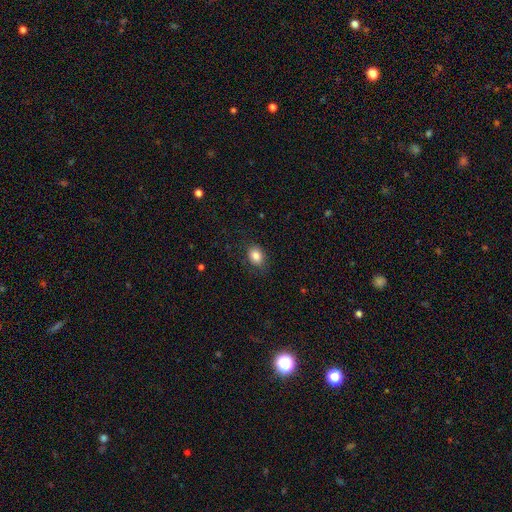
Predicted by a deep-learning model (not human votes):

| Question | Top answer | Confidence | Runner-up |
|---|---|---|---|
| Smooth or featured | smooth | 85% | star or artifact (9%) |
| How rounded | in between | 70% | round (29%) |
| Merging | none | 79% | minor disturbance (15%) |